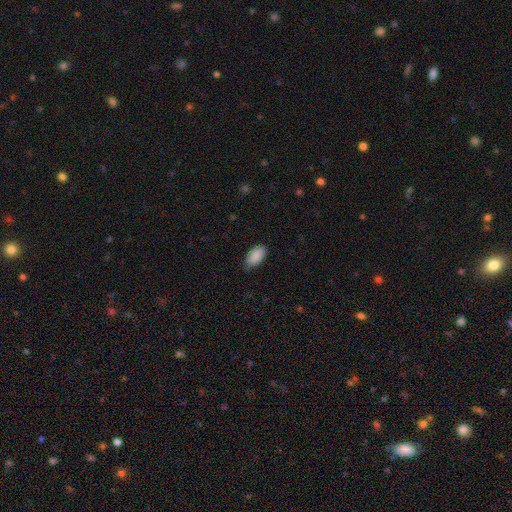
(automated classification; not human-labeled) A smooth galaxy with no disk features (90%) that is in between round and cigar-shaped (94%). Merging: none (75%).